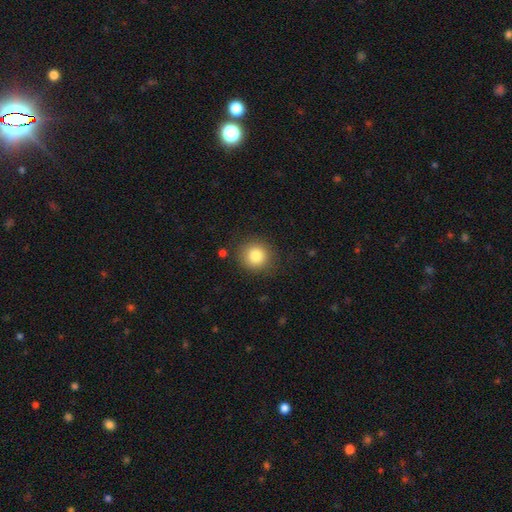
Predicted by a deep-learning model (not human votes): Smooth or featured? Predicted: smooth (p=0.82). How rounded? Predicted: round (p=0.91). Merging? Predicted: none (p=0.86).